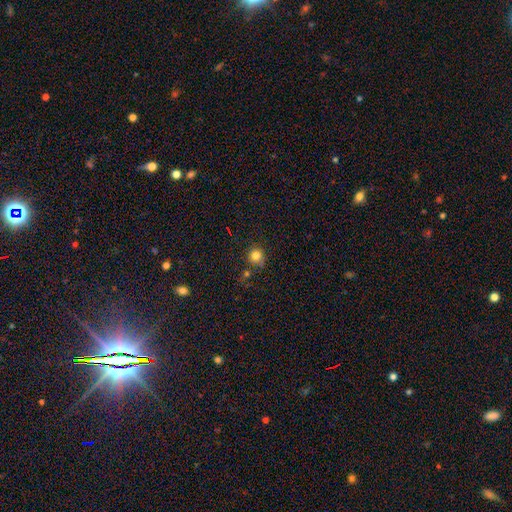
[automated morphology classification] Q: Smooth or featured?
A: smooth (81%); runner-up: star or artifact (12%)
Q: How rounded?
A: round (89%); runner-up: in between (10%)
Q: Merging?
A: none (73%); runner-up: minor disturbance (15%)